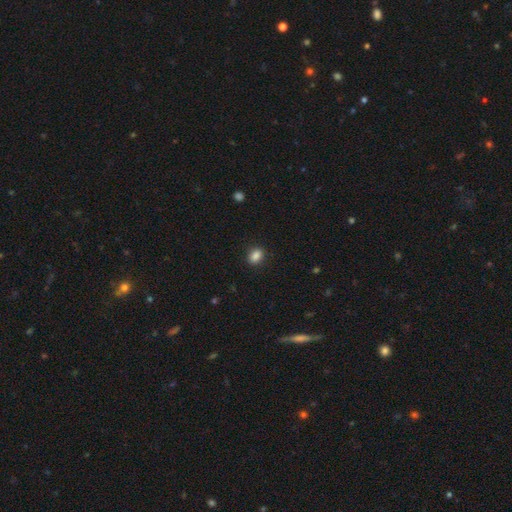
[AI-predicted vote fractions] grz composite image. It shows a smooth galaxy with no disk features (87%) that is in between round and cigar-shaped (67%). Merging: none (88%).